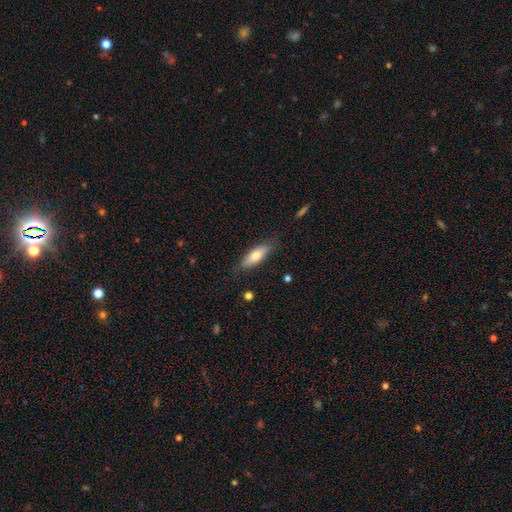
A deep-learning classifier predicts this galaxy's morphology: Smooth or featured? smooth (74%)
How rounded? in between (65%)
Merging? none (79%)